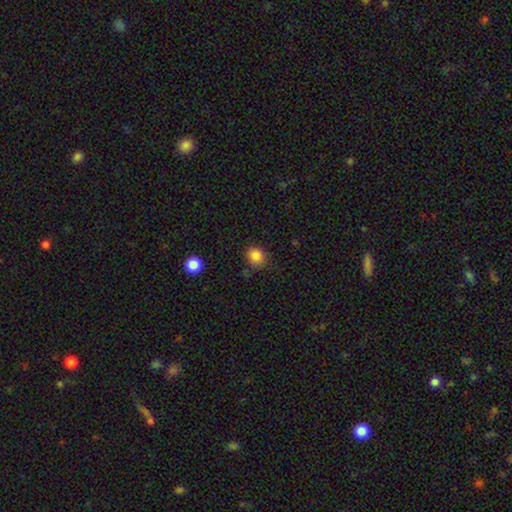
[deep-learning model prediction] smooth-or-featured: smooth: 86% | star or artifact: 11% | featured or disk: 4%
  how-rounded: round: 73% | in between: 26% | cigar-shaped: 1%
  merging: none: 80% | minor disturbance: 14% | major disturbance: 4% | merger: 2%